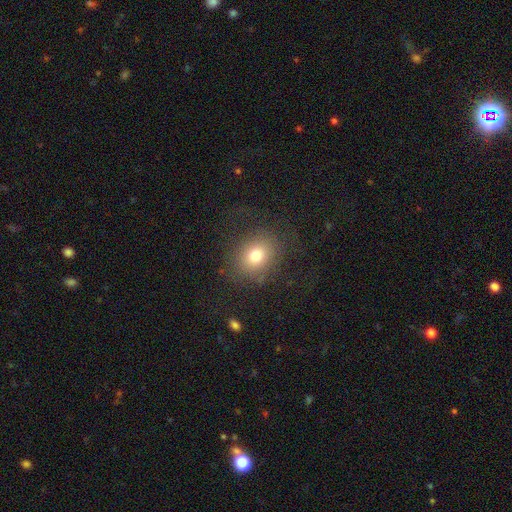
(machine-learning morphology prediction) A smooth galaxy with no disk features (74%) that is round (57%). Merging: none (74%).